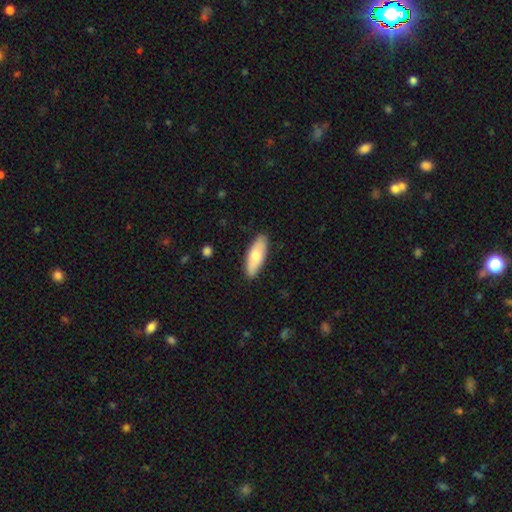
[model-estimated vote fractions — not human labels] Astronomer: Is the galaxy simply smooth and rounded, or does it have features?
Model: smooth — 72%.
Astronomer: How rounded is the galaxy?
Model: in between — 69%.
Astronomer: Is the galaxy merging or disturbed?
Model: none — 88%.